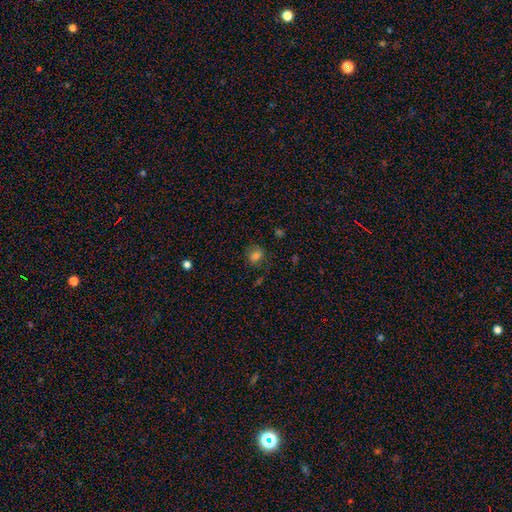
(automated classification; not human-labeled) Smooth or featured?
  - smooth: 71% *
  - star or artifact: 20%
  - featured or disk: 9%
How rounded?
  - round: 56% *
  - in between: 43%
  - cigar-shaped: 1%
Merging?
  - none: 76% *
  - minor disturbance: 15%
  - major disturbance: 6%
  - merger: 2%